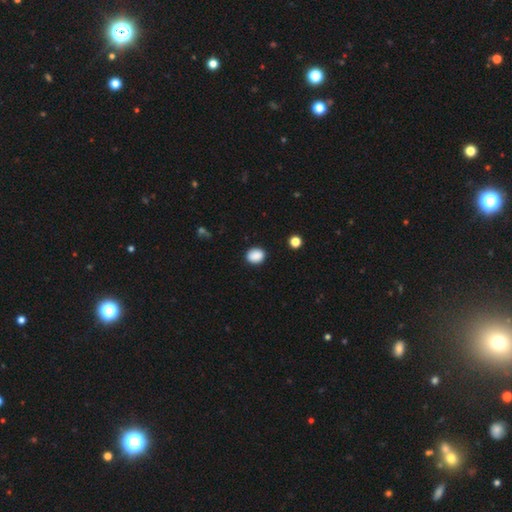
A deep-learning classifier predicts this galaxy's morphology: Q: Smooth or featured?
A: smooth (88%); runner-up: star or artifact (9%)
Q: How rounded?
A: round (53%); runner-up: in between (46%)
Q: Merging?
A: none (89%); runner-up: minor disturbance (8%)